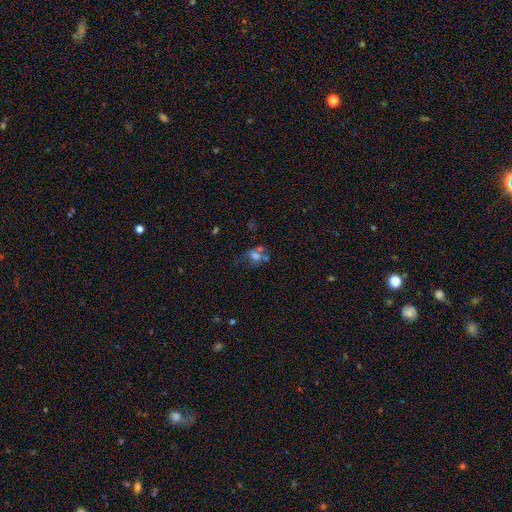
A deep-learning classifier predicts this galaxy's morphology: This is possibly a smooth galaxy (49%). Merging: marginally merger (31%, tied with none).